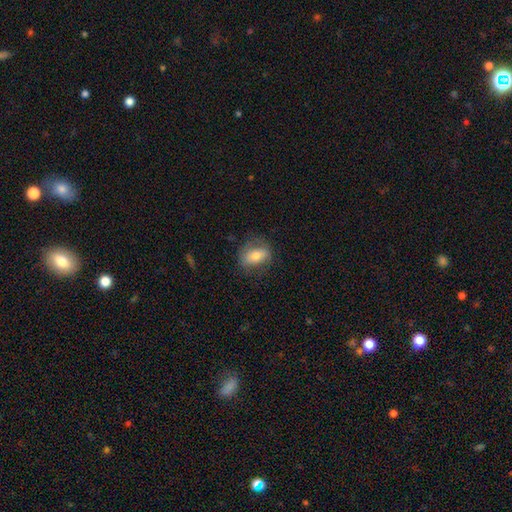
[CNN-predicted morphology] smooth-or-featured: smooth: 64% | featured or disk: 28% | star or artifact: 8%
  how-rounded: in between: 76% | round: 20% | cigar-shaped: 3%
  merging: none: 71% | minor disturbance: 19% | major disturbance: 9% | merger: 1%